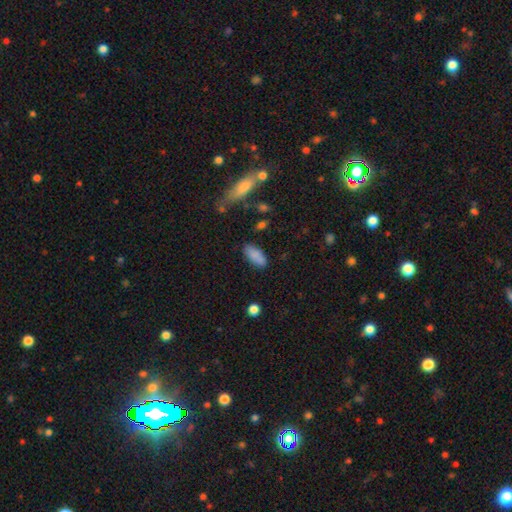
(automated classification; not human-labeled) smooth-or-featured: smooth: 86% | star or artifact: 8% | featured or disk: 7%
  how-rounded: in between: 85% | cigar-shaped: 13% | round: 2%
  merging: none: 77% | minor disturbance: 16% | major disturbance: 4% | merger: 3%